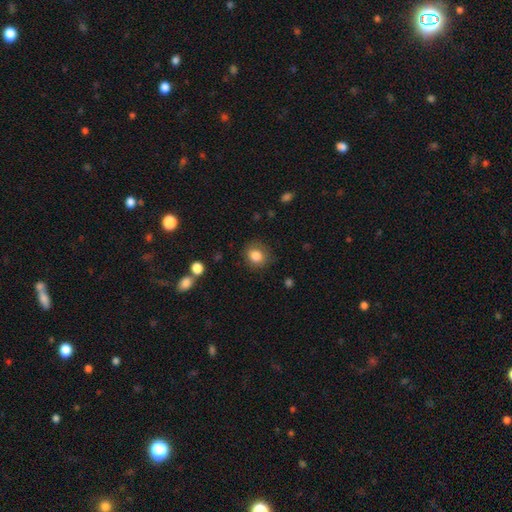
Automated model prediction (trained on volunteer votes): Smooth or featured? smooth (83%)
How rounded? round (78%)
Merging? none (83%)